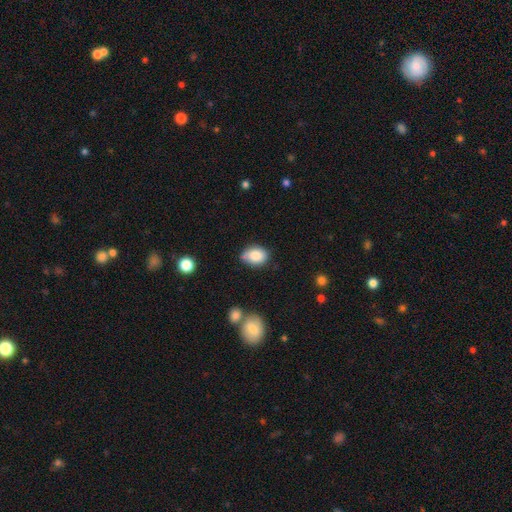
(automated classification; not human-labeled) smooth_or_featured: smooth (p=0.84) [alt: featured or disk p=0.08]
how_rounded: in between (p=0.66) [alt: round p=0.33]
merging: none (p=0.68) [alt: minor disturbance p=0.23]